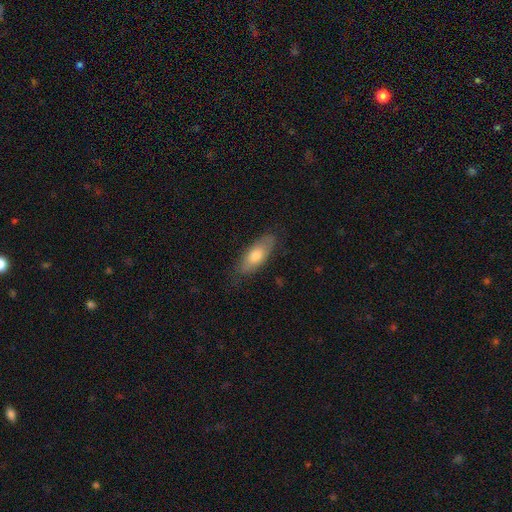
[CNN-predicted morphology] This appears to be a smooth galaxy with no disk features (69%) that is in between round and cigar-shaped (73%). Merging: none (79%).